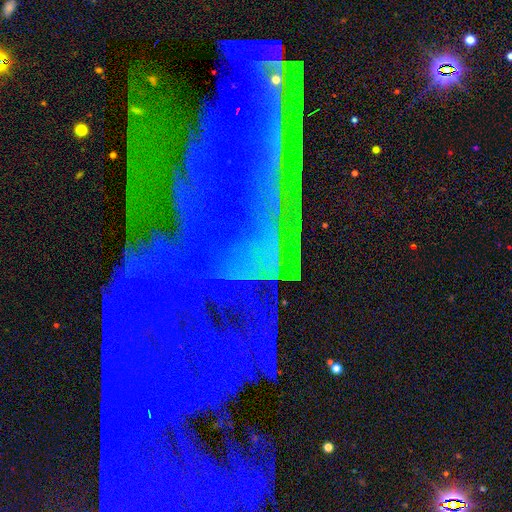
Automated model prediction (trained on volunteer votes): Smooth or featured? star or artifact (86%)